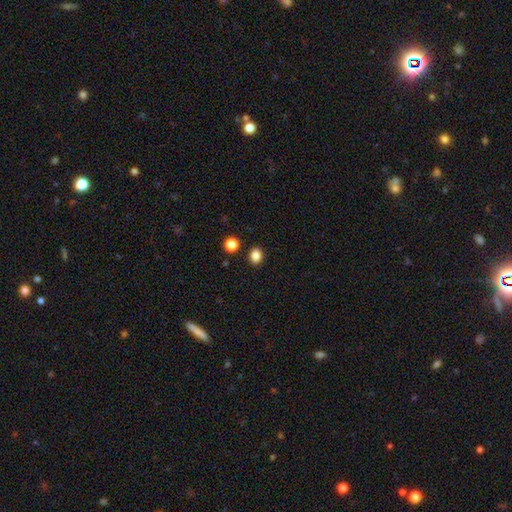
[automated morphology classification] This appears to be a smooth galaxy with no disk features (86%) that is in between round and cigar-shaped (50%). Merging: none (88%).